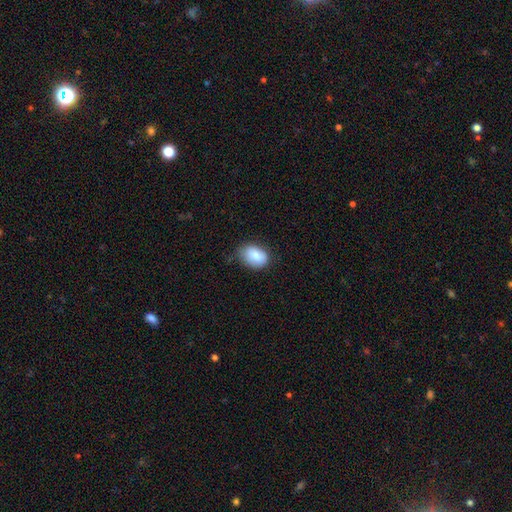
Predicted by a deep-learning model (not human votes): The model was most divided on "merging": none: 60%, minor disturbance: 32%, major disturbance: 6%, merger: 2%. More confident: smooth or featured — smooth (82%); how rounded — in between (78%).